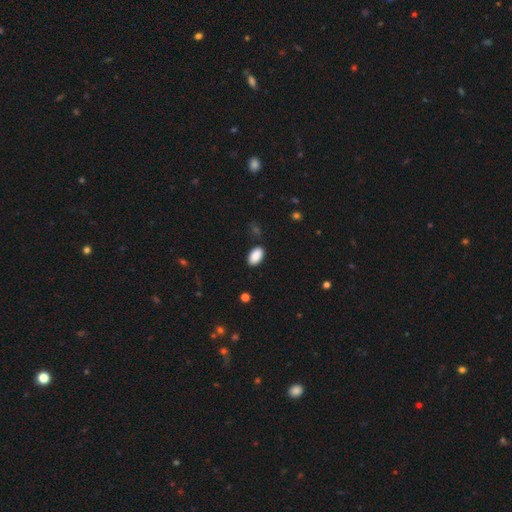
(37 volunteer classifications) A smooth galaxy with no disk features (92%) that is in between round and cigar-shaped (97%). Merging: none (86%).